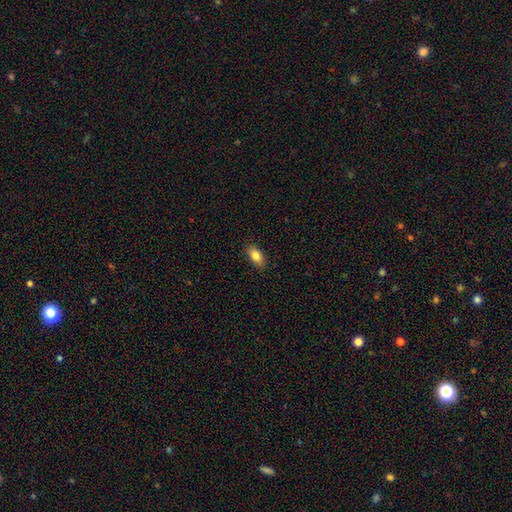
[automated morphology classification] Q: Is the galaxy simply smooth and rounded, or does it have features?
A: smooth — 84%.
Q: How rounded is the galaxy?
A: in between — 90%.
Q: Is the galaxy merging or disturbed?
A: none — 88%.